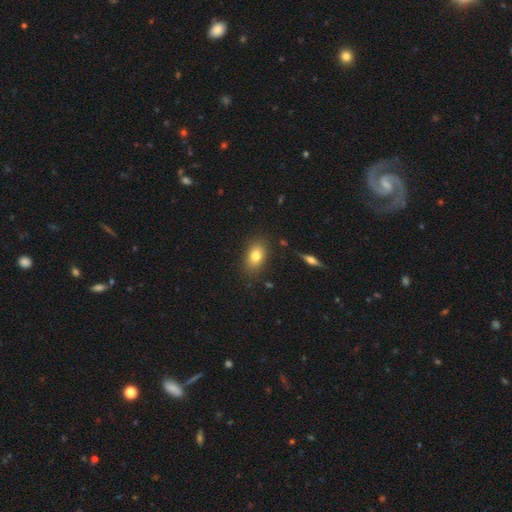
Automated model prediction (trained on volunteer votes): smooth_or_featured: smooth (p=0.80) [alt: featured or disk p=0.11]
how_rounded: in between (p=0.85) [alt: round p=0.12]
merging: none (p=0.83) [alt: minor disturbance p=0.11]